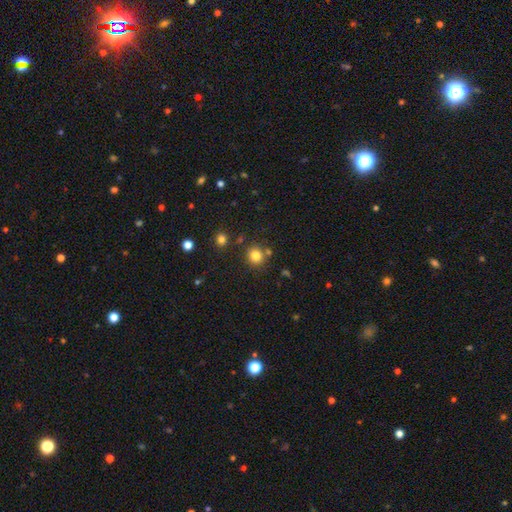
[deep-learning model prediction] Morphology: type=smooth (81%); roundness=round (87%); merging=none (78%).